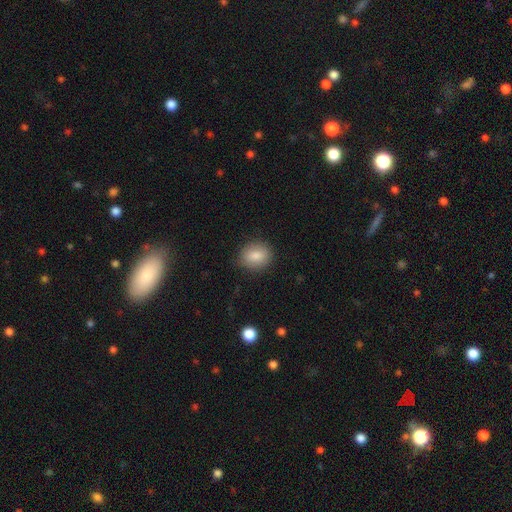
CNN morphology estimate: Smooth or featured? smooth (85%)
How rounded? round (55%)
Merging? none (84%)